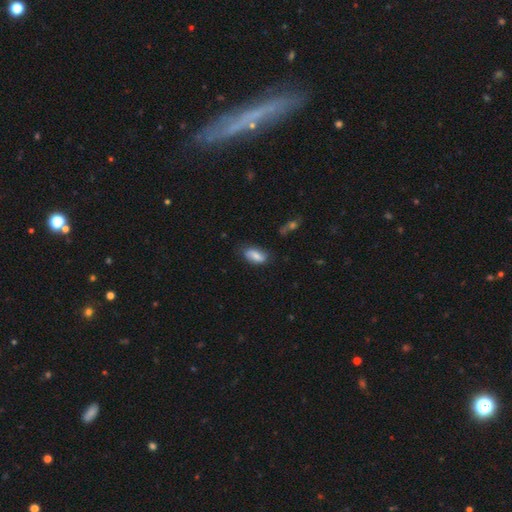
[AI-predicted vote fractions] Morphology: type=smooth (66%); roundness=in between (89%); merging=none (70%).